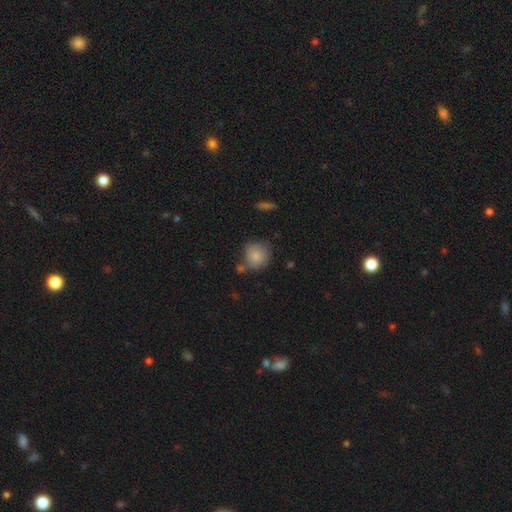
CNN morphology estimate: type=smooth (82%); roundness=round (85%); merging=none (63%).